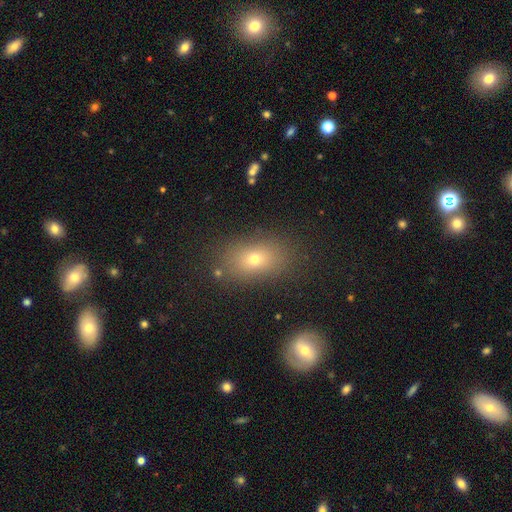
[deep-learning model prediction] smooth_or_featured: smooth (p=0.68) [alt: featured or disk p=0.16]
how_rounded: in between (p=0.77) [alt: round p=0.20]
merging: none (p=0.80) [alt: minor disturbance p=0.11]